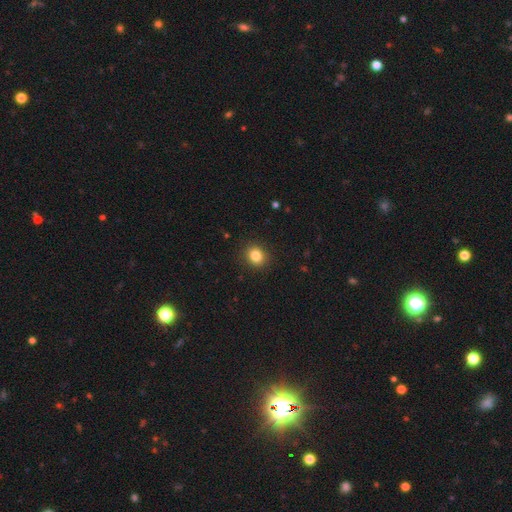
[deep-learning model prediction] Smooth or featured: smooth — 84% (star or artifact — 11%)
How rounded: round — 76% (in between — 23%)
Merging: none — 91% (minor disturbance — 6%)